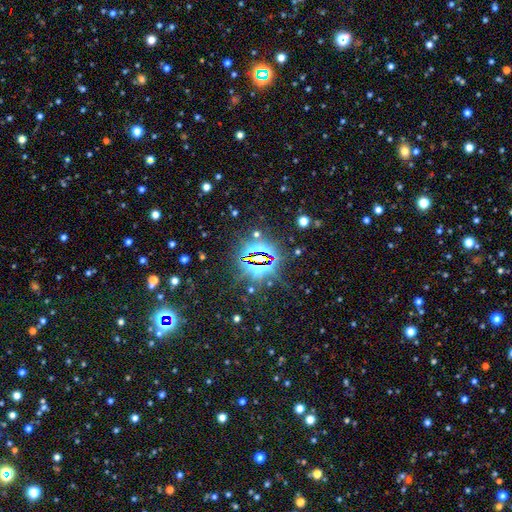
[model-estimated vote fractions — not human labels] star or artifact 84%, smooth 8%, featured or disk 8%.